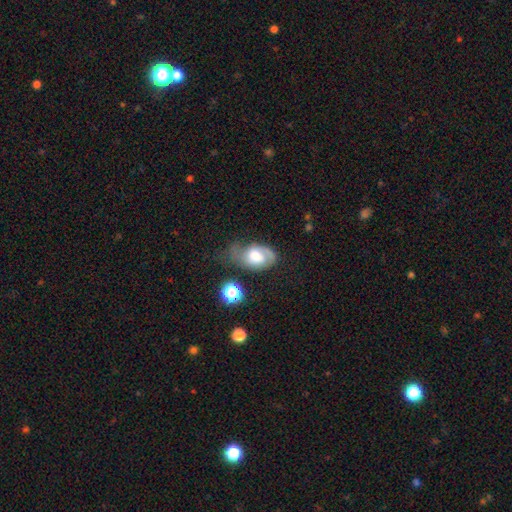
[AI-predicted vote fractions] Morphology: type=featured or disk (47%); merging=minor disturbance (32%, tied with major disturbance).